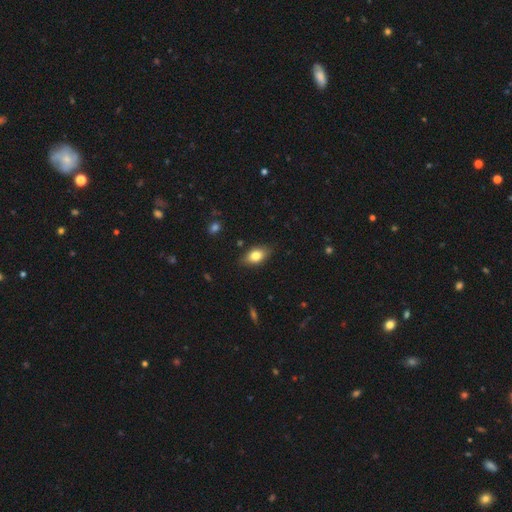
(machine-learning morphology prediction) The model was most divided on "smooth or featured": smooth: 79%, featured or disk: 13%, star or artifact: 8%. More confident: how rounded — in between (87%); merging — none (83%).